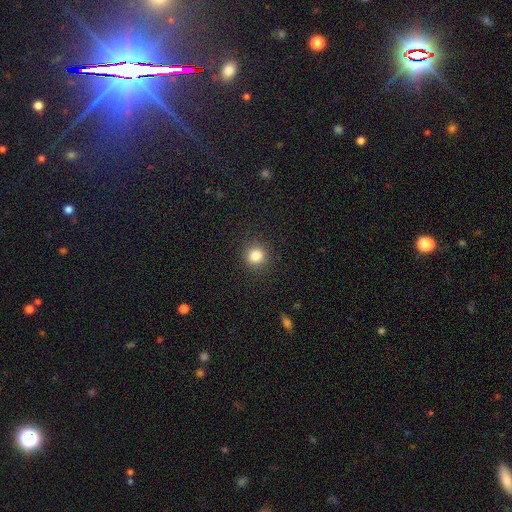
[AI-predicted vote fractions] A smooth galaxy with no disk features (84%) that is round (89%). Merging: none (90%).